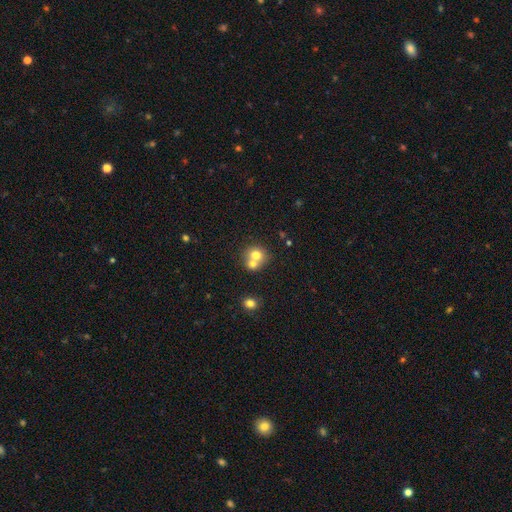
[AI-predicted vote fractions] smooth-or-featured: smooth: 71% | featured or disk: 18% | star or artifact: 11%
  how-rounded: round: 81% | in between: 18% | cigar-shaped: 1%
  merging: merger: 54% | none: 37% | minor disturbance: 6% | major disturbance: 2%